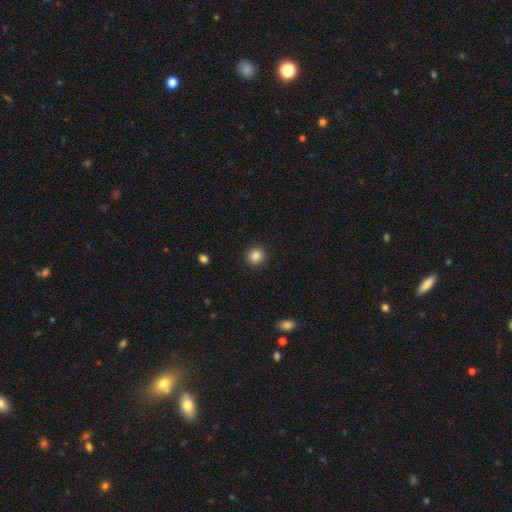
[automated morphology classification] Smooth or featured: smooth — 86% (star or artifact — 10%)
How rounded: round — 87% (in between — 12%)
Merging: none — 91% (minor disturbance — 6%)